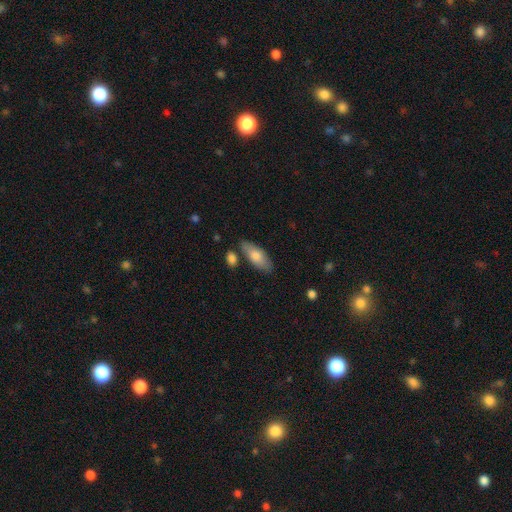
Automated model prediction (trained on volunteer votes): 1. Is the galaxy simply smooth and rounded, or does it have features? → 76% smooth, 18% featured or disk, 6% star or artifact.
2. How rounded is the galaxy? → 81% in between, 17% cigar-shaped, 2% round.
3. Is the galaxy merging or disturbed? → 77% none, 13% minor disturbance, 7% merger, 3% major disturbance.